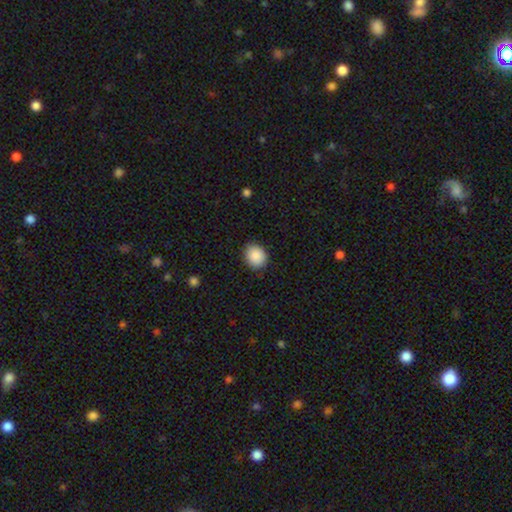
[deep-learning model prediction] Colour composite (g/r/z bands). It shows a smooth galaxy with no disk features (89%) that is round (66%). Merging: none (87%).